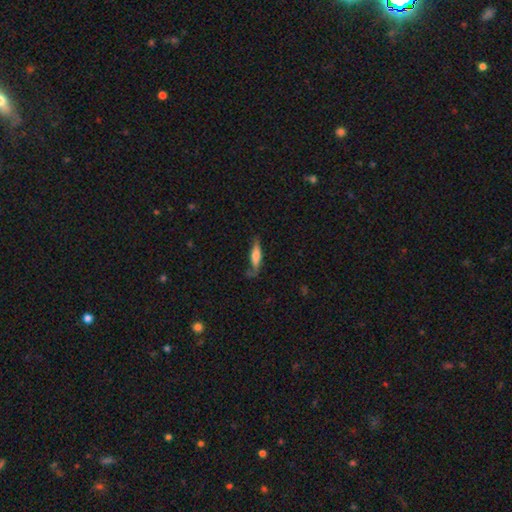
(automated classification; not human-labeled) smooth_or_featured: smooth (p=0.65) [alt: featured or disk p=0.28]
how_rounded: cigar-shaped (p=0.70) [alt: in between p=0.28]
merging: none (p=0.59) [alt: minor disturbance p=0.26]